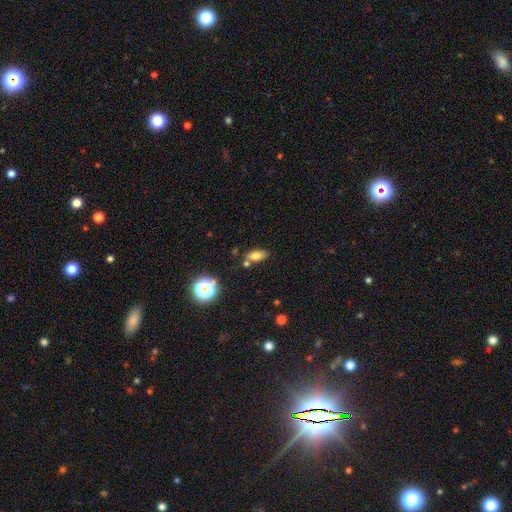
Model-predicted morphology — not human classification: Smooth or featured? Predicted: smooth (p=0.73). How rounded? Predicted: in between (p=0.84). Merging? Predicted: none (p=0.68).